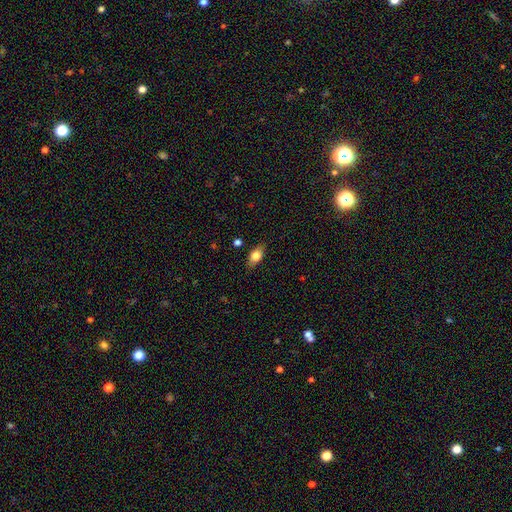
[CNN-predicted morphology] Smooth or featured: smooth — 74% (featured or disk — 18%)
How rounded: in between — 83% (cigar-shaped — 10%)
Merging: none — 84% (minor disturbance — 12%)